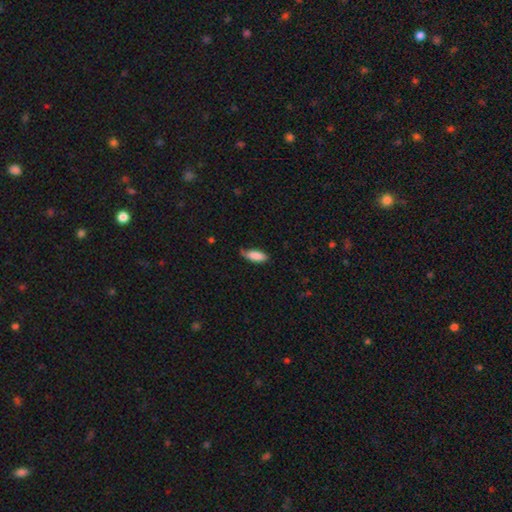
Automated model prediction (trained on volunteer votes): Smooth or featured? smooth (87%)
How rounded? in between (80%)
Merging? none (59%)